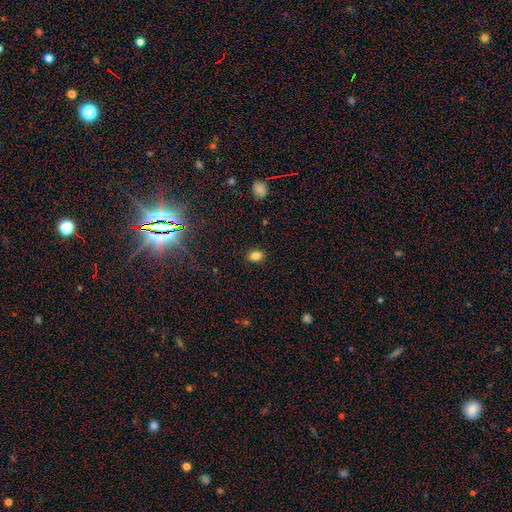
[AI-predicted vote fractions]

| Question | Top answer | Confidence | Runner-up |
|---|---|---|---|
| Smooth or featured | smooth | 82% | star or artifact (12%) |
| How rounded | in between | 74% | round (24%) |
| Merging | none | 86% | minor disturbance (10%) |